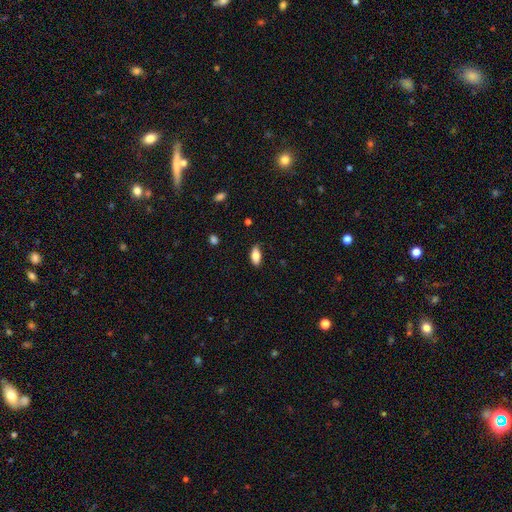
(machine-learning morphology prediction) The model was most divided on "merging": none: 79%, minor disturbance: 17%, major disturbance: 3%, merger: 1%. More confident: how rounded — in between (85%); smooth or featured — smooth (81%).